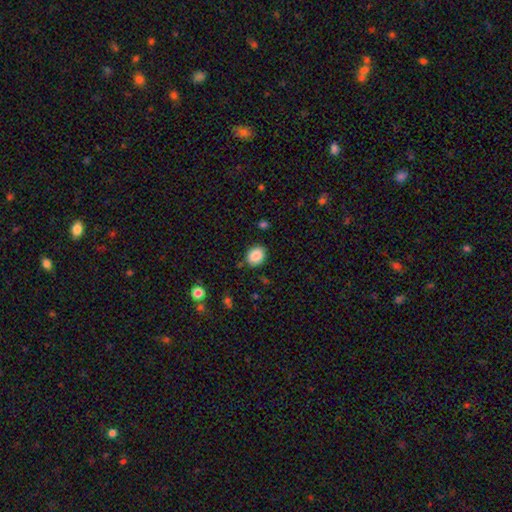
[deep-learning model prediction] A smooth galaxy with no disk features (87%) that is in between round and cigar-shaped (52%).

Vote fractions:
- Smooth or featured? smooth: 87% / star or artifact: 8% / featured or disk: 5%
- How rounded? in between: 52% / round: 47% / cigar-shaped: 1%
- Merging? none: 84% / minor disturbance: 11% / major disturbance: 3% / merger: 2%